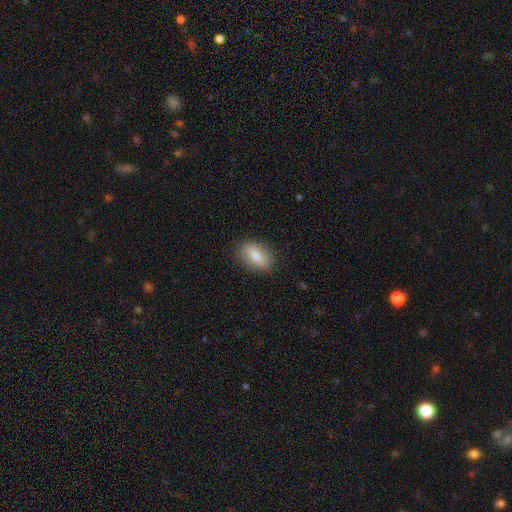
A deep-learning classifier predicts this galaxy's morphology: A smooth galaxy with no disk features (74%) that is in between round and cigar-shaped (83%).

Vote fractions:
- Smooth or featured? smooth: 74% / featured or disk: 19% / star or artifact: 7%
- How rounded? in between: 83% / round: 12% / cigar-shaped: 5%
- Merging? none: 86% / minor disturbance: 11% / major disturbance: 3% / merger: 1%